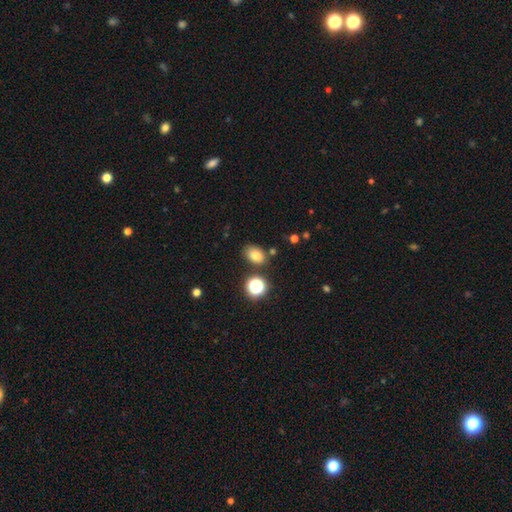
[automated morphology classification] Smooth or featured: smooth — 79% (star or artifact — 14%)
How rounded: in between — 77% (round — 21%)
Merging: none — 78% (minor disturbance — 13%)